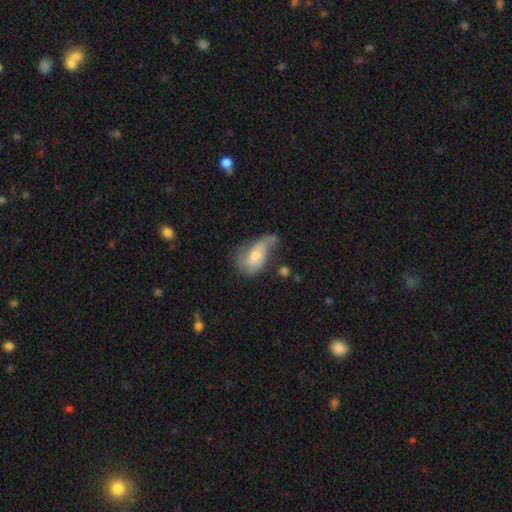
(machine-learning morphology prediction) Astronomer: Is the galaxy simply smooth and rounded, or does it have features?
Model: featured or disk — 54% (runner-up: smooth, 36%).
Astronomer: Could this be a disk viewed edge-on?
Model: no — 92%.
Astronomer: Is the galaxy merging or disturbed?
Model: none — 32%, tied with minor disturbance at 32%.